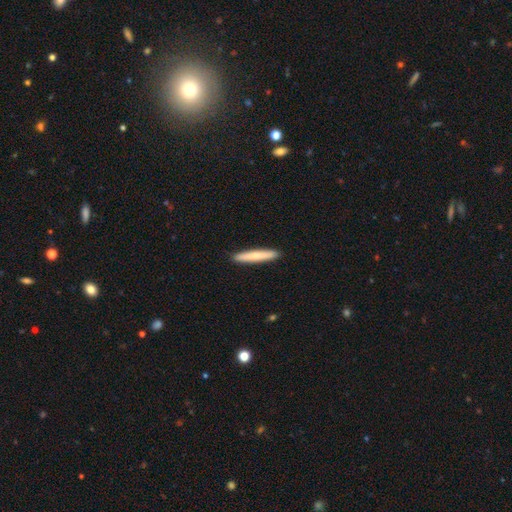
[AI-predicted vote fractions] smooth 75%, featured or disk 19%, star or artifact 5%. Down the decision tree: how rounded — cigar-shaped (95%); merging — none (92%).